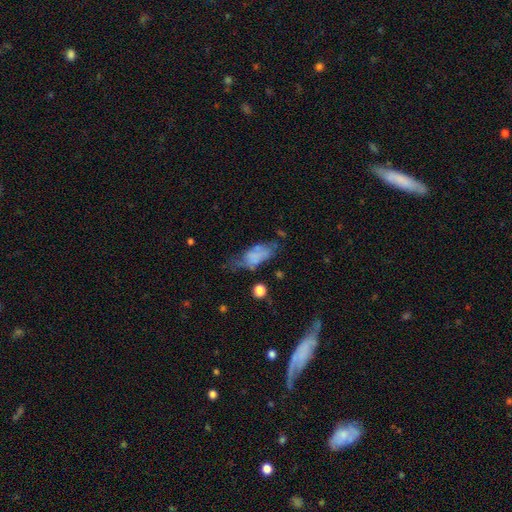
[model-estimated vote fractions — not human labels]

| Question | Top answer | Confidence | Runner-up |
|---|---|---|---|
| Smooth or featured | smooth | 56% | featured or disk (32%) |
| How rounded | in between | 82% | cigar-shaped (13%) |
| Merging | none | 35% | minor disturbance (30%) |